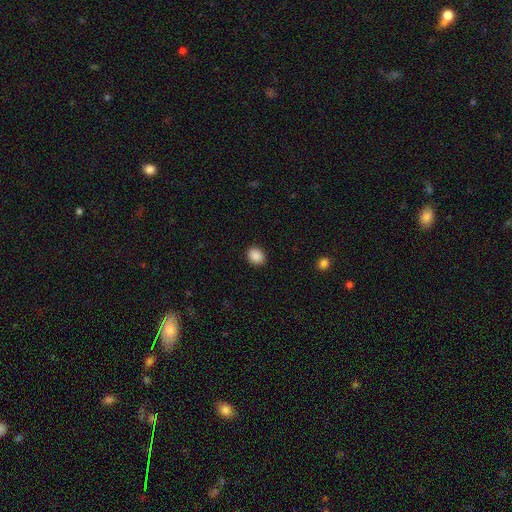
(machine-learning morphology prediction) Overall: smooth (89%). How rounded: in between (50%; round 49%). Merging: none (89%).